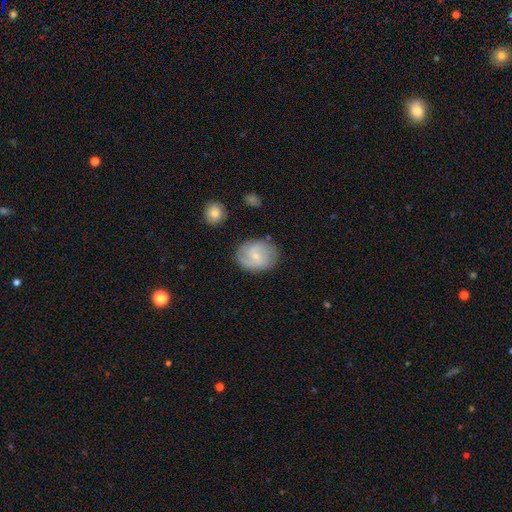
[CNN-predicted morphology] Q: Smooth or featured?
A: featured or disk (49%); runner-up: smooth (44%)
Q: Merging?
A: none (77%); runner-up: minor disturbance (16%)